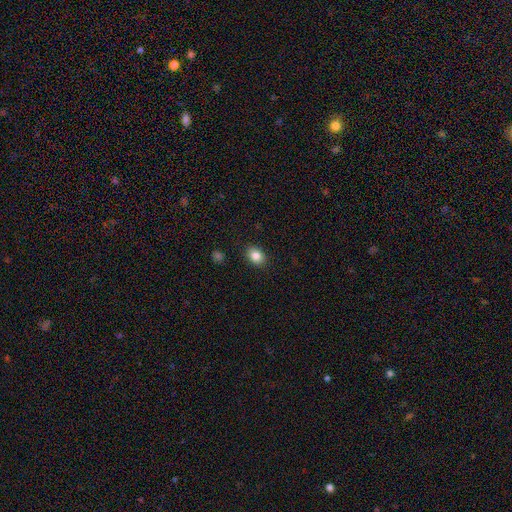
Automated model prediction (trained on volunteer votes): smooth_or_featured: smooth (p=0.84) [alt: star or artifact p=0.09]
how_rounded: in between (p=0.64) [alt: round p=0.35]
merging: none (p=0.89) [alt: minor disturbance p=0.08]